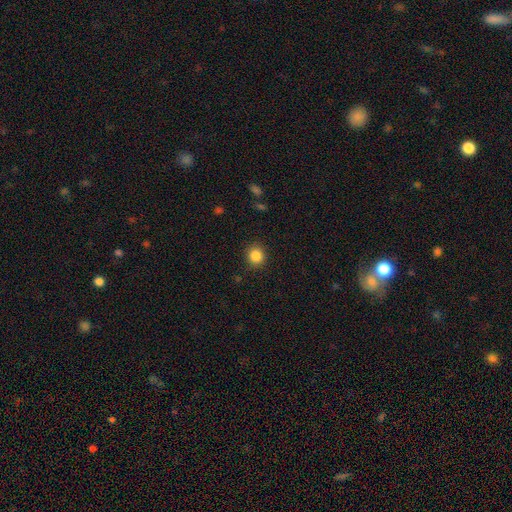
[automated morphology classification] The model was most divided on "how rounded": round: 87%, in between: 12%, cigar-shaped: 1%. More confident: merging — none (89%); smooth or featured — smooth (86%).